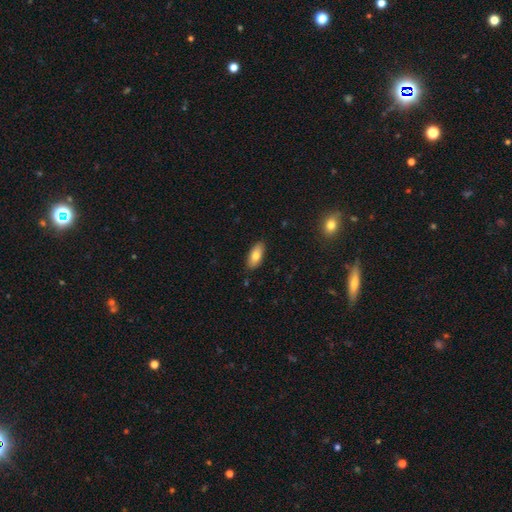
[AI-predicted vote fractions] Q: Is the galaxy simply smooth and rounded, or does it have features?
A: smooth — 78%.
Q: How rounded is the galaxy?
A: in between — 86%.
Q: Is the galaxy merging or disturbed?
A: none — 88%.